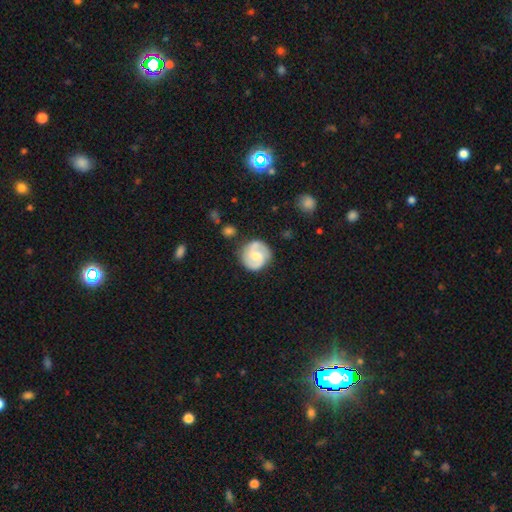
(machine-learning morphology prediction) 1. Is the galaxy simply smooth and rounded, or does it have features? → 73% featured or disk, 22% smooth, 5% star or artifact.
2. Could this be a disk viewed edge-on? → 98% no, 2% yes.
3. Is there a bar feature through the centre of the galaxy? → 46% weak, 44% no, 10% strong.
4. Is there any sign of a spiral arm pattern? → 93% yes, 7% no.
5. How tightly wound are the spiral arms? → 48% medium, 37% tight, 15% loose.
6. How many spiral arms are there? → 88% 2, 6% can't tell, 2% 1, 2% 3, 1% 4, 1% more than 4.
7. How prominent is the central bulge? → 58% moderate, 32% small, 5% large, 4% none, 1% dominant.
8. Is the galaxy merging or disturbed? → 80% none, 13% minor disturbance, 4% major disturbance, 3% merger.